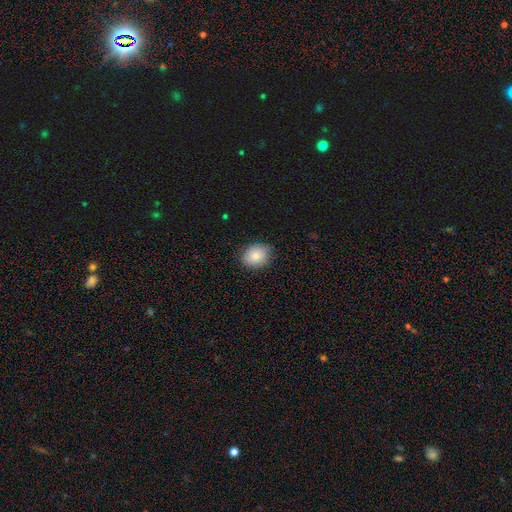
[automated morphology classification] This is clearly a smooth galaxy (84%). How rounded: possibly round (50%). Merging: clearly none (85%).